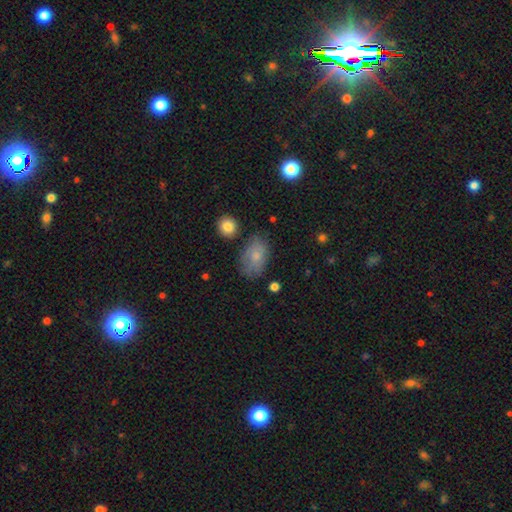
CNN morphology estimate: smooth 71%, featured or disk 20%, star or artifact 9%. Down the decision tree: how rounded — in between (87%); merging — none (62%).